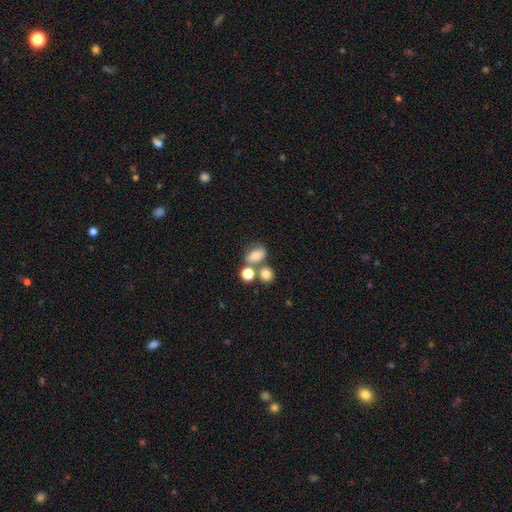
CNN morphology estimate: Overall: smooth (74%). How rounded: in between (70%). Merging: none (46%; merger 33%).